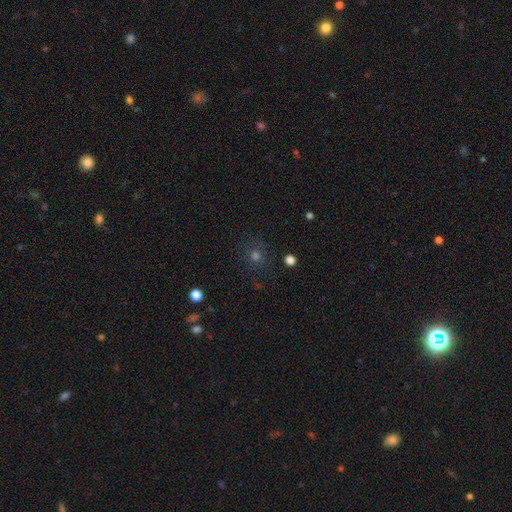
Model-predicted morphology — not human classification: Smooth or featured?
  - smooth: 55% *
  - star or artifact: 35%
  - featured or disk: 11%
How rounded?
  - round: 87% *
  - in between: 12%
  - cigar-shaped: 1%
Merging?
  - none: 84% *
  - minor disturbance: 9%
  - major disturbance: 4%
  - merger: 2%